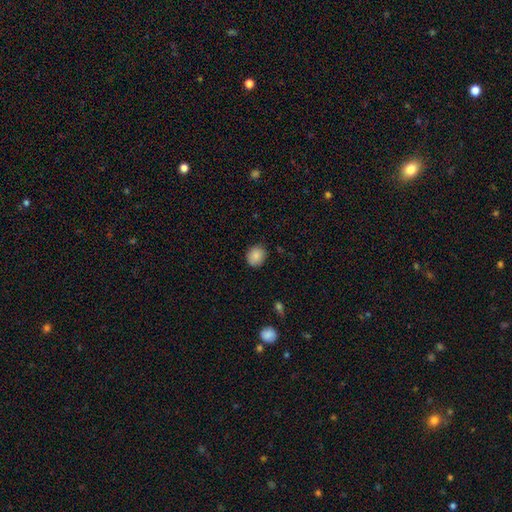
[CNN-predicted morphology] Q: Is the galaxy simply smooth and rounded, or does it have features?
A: smooth — 86%.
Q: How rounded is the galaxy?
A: round — 74%.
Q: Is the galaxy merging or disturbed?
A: none — 84%.